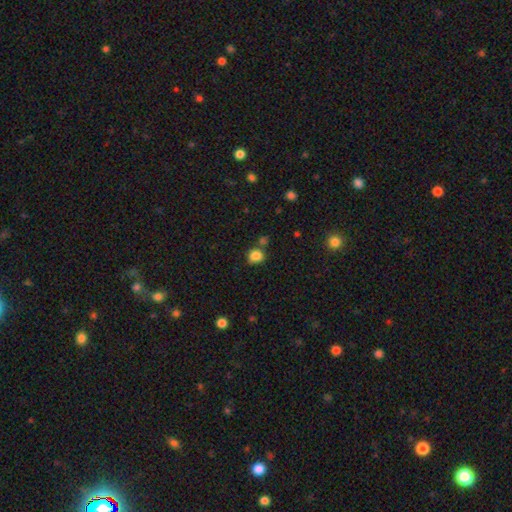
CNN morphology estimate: A smooth galaxy with no disk features (84%) that is round (69%). Merging: none (66%).